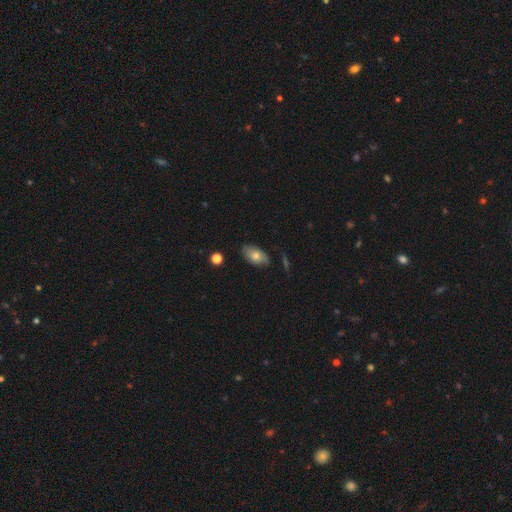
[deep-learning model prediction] Smooth or featured? smooth (73%)
How rounded? in between (91%)
Merging? none (77%)